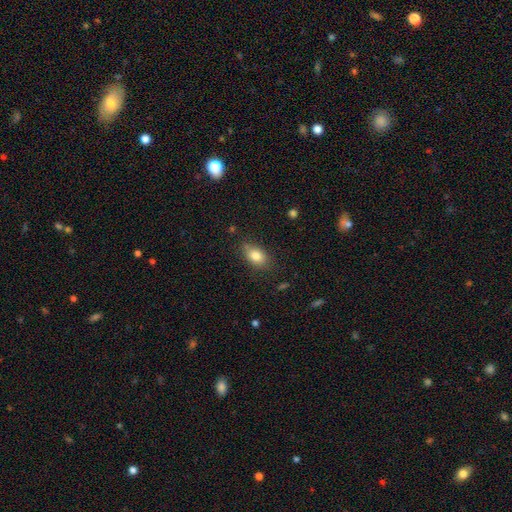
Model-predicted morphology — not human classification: The model was most divided on "merging": none: 77%, minor disturbance: 18%, major disturbance: 4%, merger: 2%. More confident: how rounded — in between (84%); smooth or featured — smooth (81%).